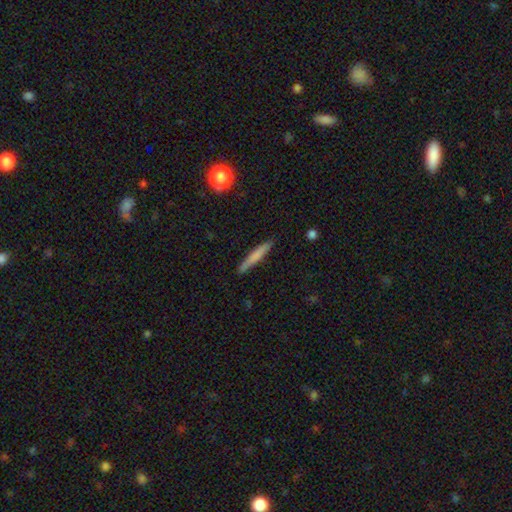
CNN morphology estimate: The model was most divided on "smooth or featured": smooth: 69%, featured or disk: 25%, star or artifact: 6%. More confident: how rounded — cigar-shaped (94%); merging — none (86%).